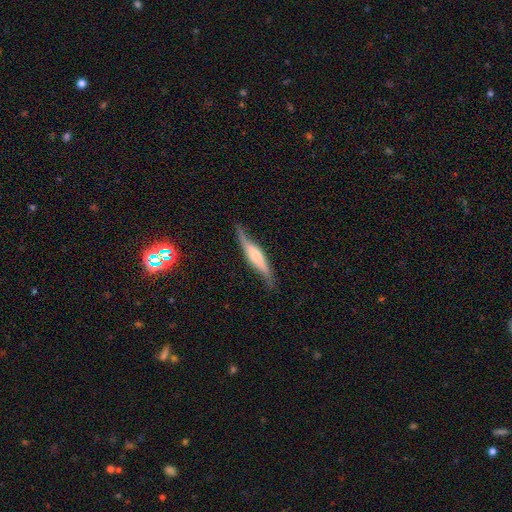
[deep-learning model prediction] This is likely a featured or disk galaxy (60%). It is clearly viewed edge-on (81%). Merging: likely none (74%).